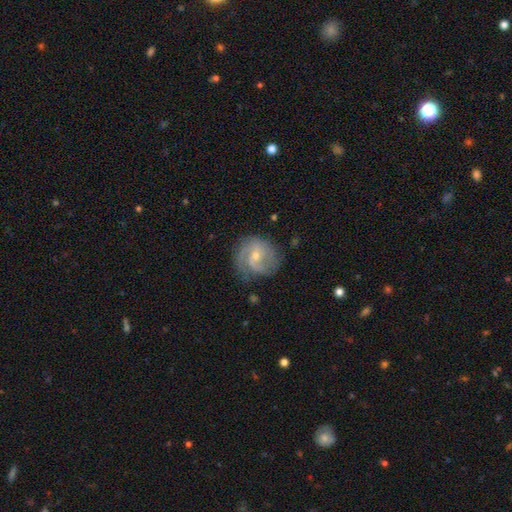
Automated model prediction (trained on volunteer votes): Smooth or featured? Predicted: featured or disk (p=0.81). Edge-on disk? Predicted: no (p=0.98). Bar? Predicted: no (p=0.49). Spiral arms? Predicted: yes (p=0.94). Spiral winding? Predicted: medium (p=0.43). Spiral arm count? Predicted: 2 (p=0.52). Bulge size? Predicted: small (p=0.62). Merging? Predicted: none (p=0.72).